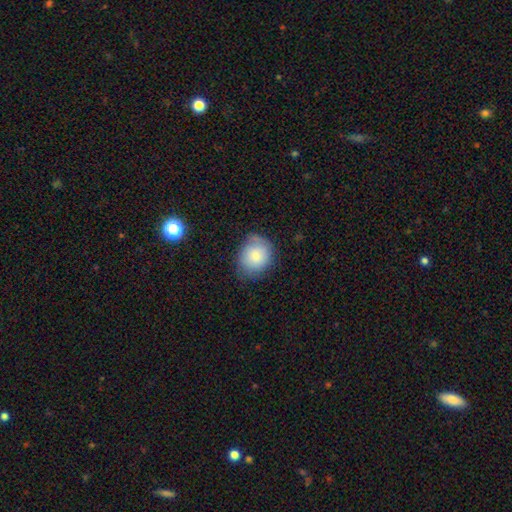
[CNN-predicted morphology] Q: Smooth or featured?
A: smooth (77%); runner-up: featured or disk (15%)
Q: How rounded?
A: round (64%); runner-up: in between (35%)
Q: Merging?
A: none (64%); runner-up: minor disturbance (27%)